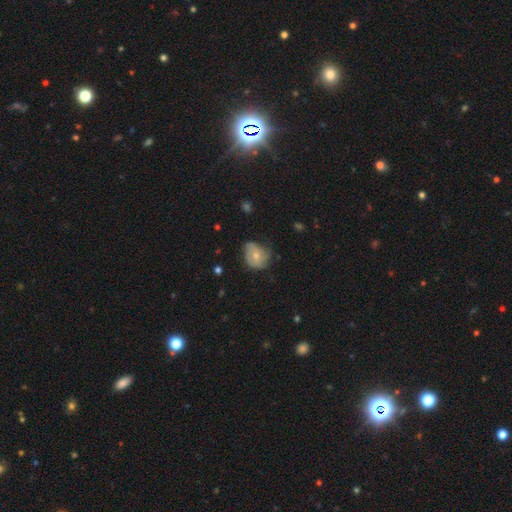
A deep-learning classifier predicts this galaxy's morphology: The model was most divided on "merging": none: 47%, minor disturbance: 38%, major disturbance: 13%, merger: 2%. More confident: how rounded — round (58%); smooth or featured — smooth (51%).